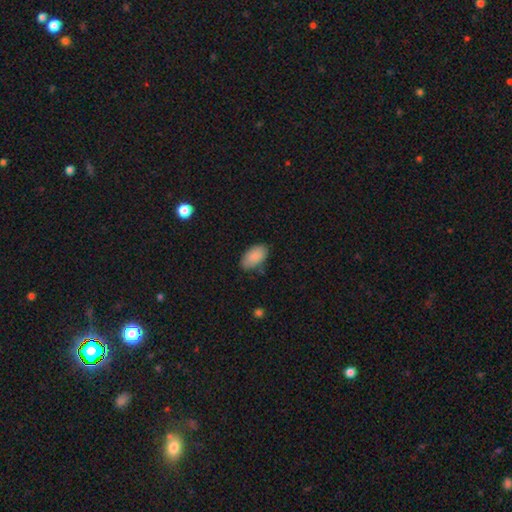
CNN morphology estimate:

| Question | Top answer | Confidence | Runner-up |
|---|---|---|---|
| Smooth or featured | smooth | 89% | star or artifact (7%) |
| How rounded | in between | 95% | round (3%) |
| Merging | none | 78% | minor disturbance (18%) |